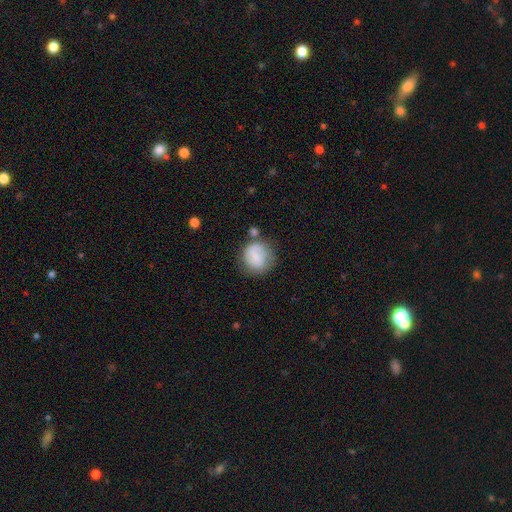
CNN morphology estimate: smooth_or_featured: smooth (p=0.77) [alt: featured or disk p=0.15]
how_rounded: round (p=0.85) [alt: in between p=0.14]
merging: none (p=0.61) [alt: minor disturbance p=0.21]